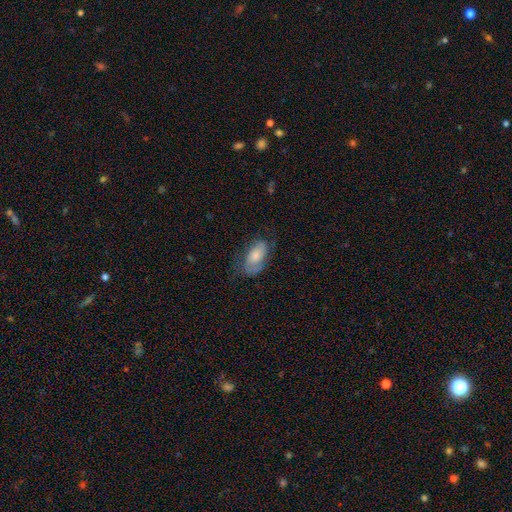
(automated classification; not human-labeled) The model was most divided on "smooth or featured": smooth: 60%, featured or disk: 33%, star or artifact: 7%. More confident: how rounded — in between (91%); merging — none (59%).